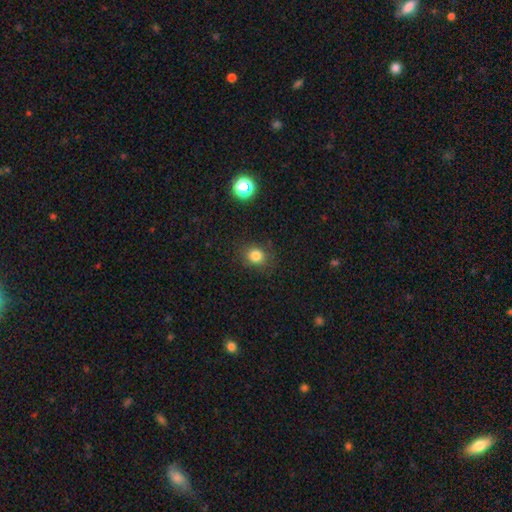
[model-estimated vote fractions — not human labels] The model was most divided on "how rounded": round: 74%, in between: 25%, cigar-shaped: 1%. More confident: merging — none (85%); smooth or featured — smooth (81%).